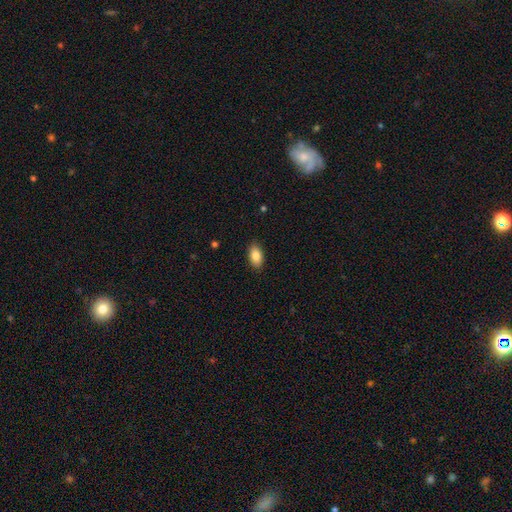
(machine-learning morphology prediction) A smooth galaxy with no disk features (86%) that is in between round and cigar-shaped (92%).

Vote fractions:
- Smooth or featured? smooth: 86% / star or artifact: 7% / featured or disk: 6%
- How rounded? in between: 92% / round: 5% / cigar-shaped: 3%
- Merging? none: 88% / minor disturbance: 9% / major disturbance: 2% / merger: 1%